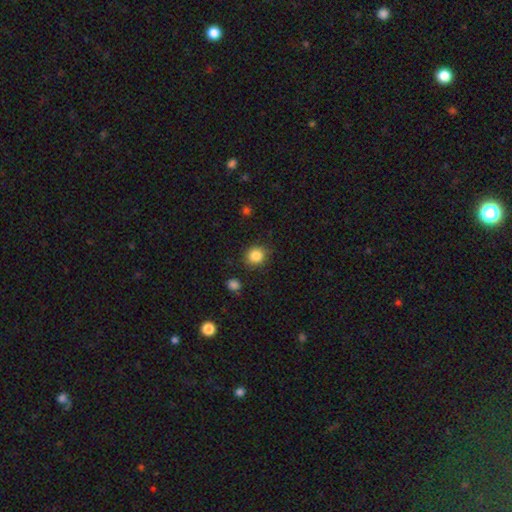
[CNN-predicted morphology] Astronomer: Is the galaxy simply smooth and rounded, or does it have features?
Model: smooth — 85%.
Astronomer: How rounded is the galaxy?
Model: round — 82%.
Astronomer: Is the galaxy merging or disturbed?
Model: none — 84%.